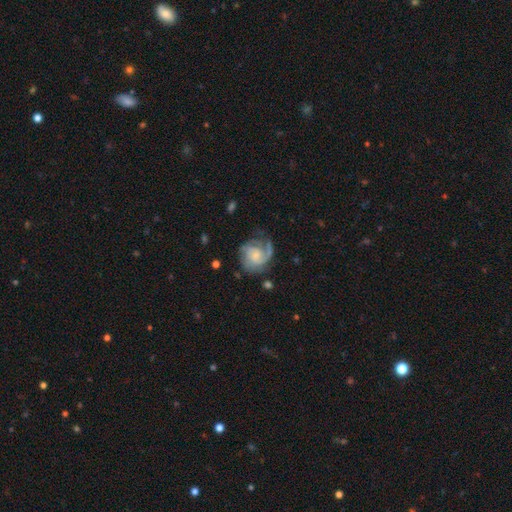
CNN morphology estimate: Smooth or featured?
  - featured or disk: 79% *
  - smooth: 15%
  - star or artifact: 6%
Edge-on disk?
  - no: 98% *
  - yes: 2%
Bar?
  - no: 65% *
  - weak: 30%
  - strong: 5%
Spiral arms?
  - yes: 94% *
  - no: 6%
Spiral winding?
  - tight: 44% *
  - medium: 40%
  - loose: 16%
Spiral arm count?
  - 2: 35% *
  - 1: 20%
  - can't tell: 19%
  - 3: 17%
  - 4: 4%
  - more than 4: 4%
Bulge size?
  - small: 44% *
  - moderate: 26%
  - none: 21%
  - large: 7%
  - dominant: 2%
Merging?
  - none: 56% *
  - minor disturbance: 21%
  - major disturbance: 20%
  - merger: 2%